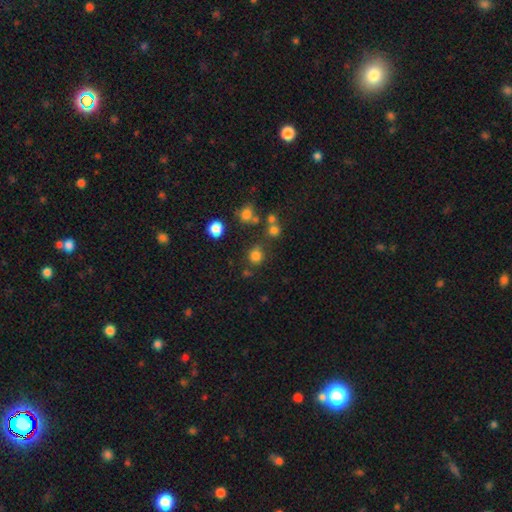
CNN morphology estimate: This is likely a smooth galaxy (77%). How rounded: clearly round (83%). Merging: likely none (75%).